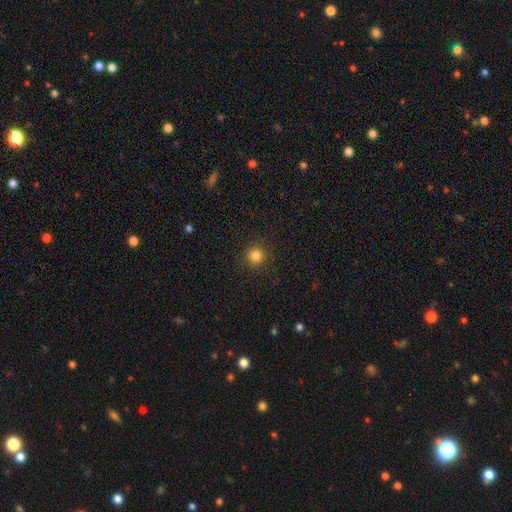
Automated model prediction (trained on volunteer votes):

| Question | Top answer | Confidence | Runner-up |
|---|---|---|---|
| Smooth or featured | smooth | 83% | star or artifact (13%) |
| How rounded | round | 94% | in between (5%) |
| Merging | none | 91% | minor disturbance (6%) |